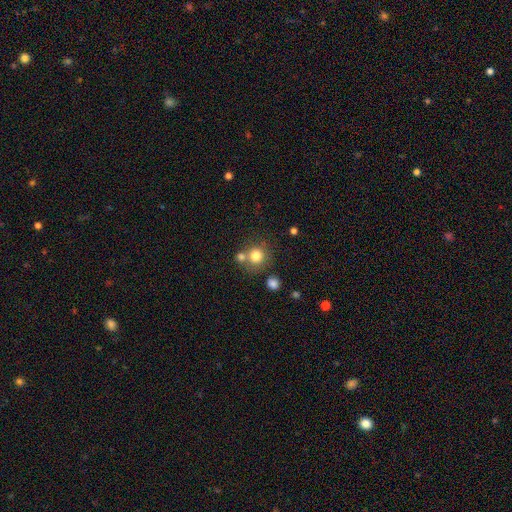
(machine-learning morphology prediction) smooth 78%, star or artifact 12%, featured or disk 10%. Down the decision tree: how rounded — round (88%); merging — none (61%).